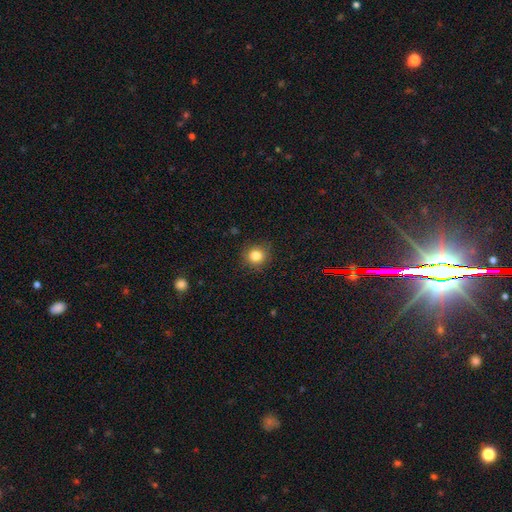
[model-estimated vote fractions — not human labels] A smooth galaxy with no disk features (83%) that is round (89%). Merging: none (89%).